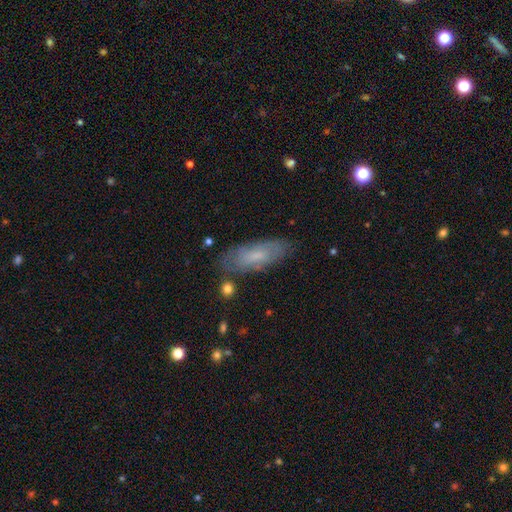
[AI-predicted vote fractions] Smooth or featured? smooth (63%)
How rounded? in between (66%)
Merging? none (75%)